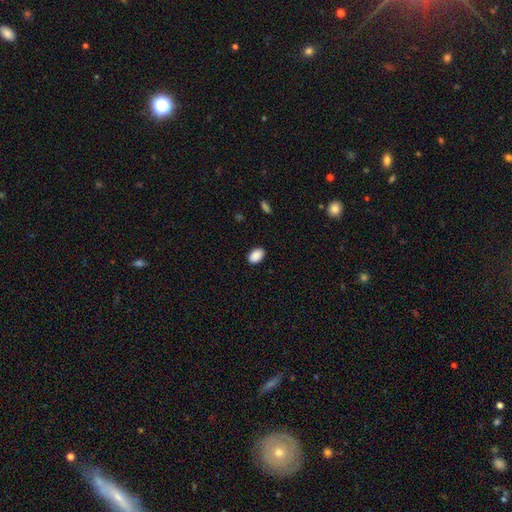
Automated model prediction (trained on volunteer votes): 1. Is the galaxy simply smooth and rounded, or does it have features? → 90% smooth, 7% star or artifact, 2% featured or disk.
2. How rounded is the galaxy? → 88% in between, 11% round, 1% cigar-shaped.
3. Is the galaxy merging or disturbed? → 88% none, 9% minor disturbance, 2% major disturbance, 1% merger.